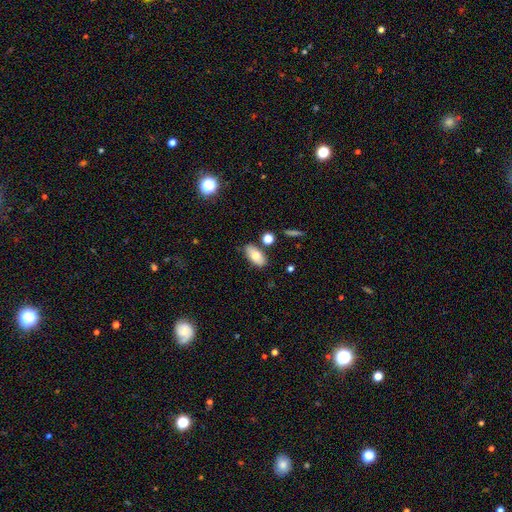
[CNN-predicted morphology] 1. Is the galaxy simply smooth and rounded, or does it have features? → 76% smooth, 16% featured or disk, 8% star or artifact.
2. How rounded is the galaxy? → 90% in between, 7% cigar-shaped, 4% round.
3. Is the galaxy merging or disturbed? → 76% none, 15% minor disturbance, 6% merger, 3% major disturbance.